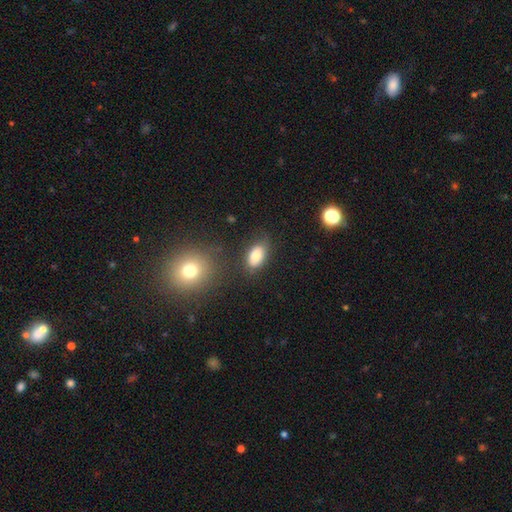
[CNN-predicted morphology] type=smooth (82%); roundness=in between (91%); merging=none (71%).